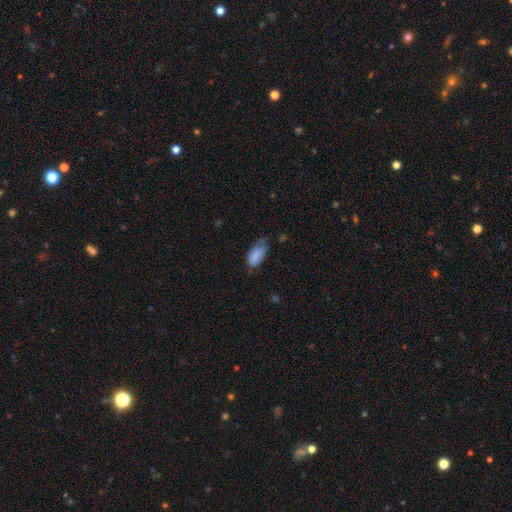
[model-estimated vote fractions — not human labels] The model was most divided on "merging": minor disturbance: 44%, none: 39%, major disturbance: 14%, merger: 2%. More confident: how rounded — in between (93%); smooth or featured — smooth (78%).